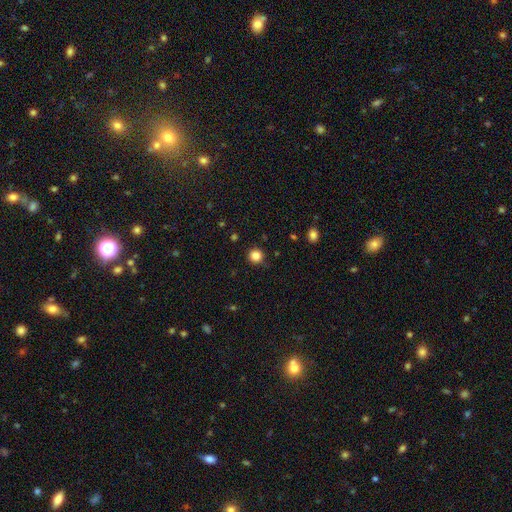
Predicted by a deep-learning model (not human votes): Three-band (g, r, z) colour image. It shows a smooth galaxy with no disk features (85%) that is round (95%). Merging: none (90%).